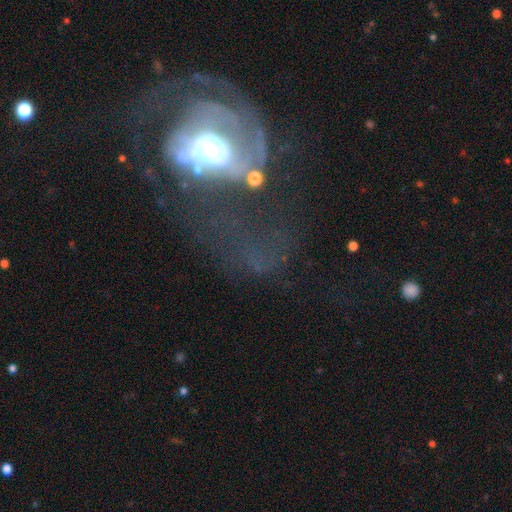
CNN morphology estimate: Q: Smooth or featured?
A: featured or disk (67%); runner-up: smooth (18%)
Q: Edge-on disk?
A: no (95%); runner-up: yes (5%)
Q: Bar?
A: no (62%); runner-up: weak (23%)
Q: Spiral arms?
A: yes (54%); runner-up: no (46%)
Q: Bulge size?
A: moderate (55%); runner-up: large (27%)
Q: Merging?
A: major disturbance (55%); runner-up: none (24%)